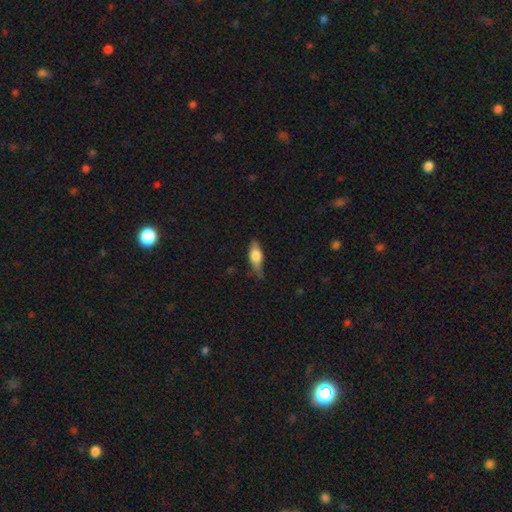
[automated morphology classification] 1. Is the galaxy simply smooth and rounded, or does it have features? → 63% smooth, 31% featured or disk, 6% star or artifact.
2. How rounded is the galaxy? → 66% in between, 31% cigar-shaped, 4% round.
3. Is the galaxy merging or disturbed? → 69% none, 25% minor disturbance, 5% major disturbance, 2% merger.